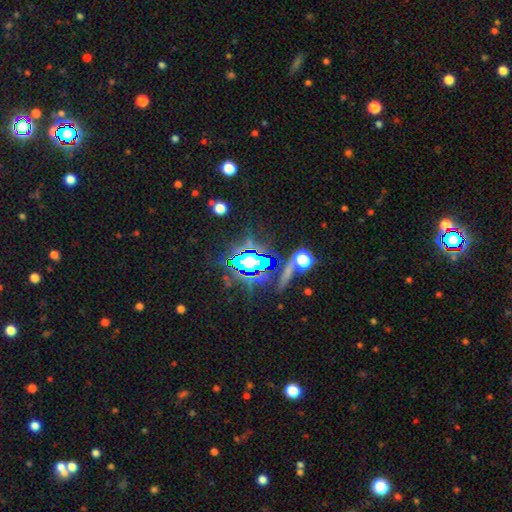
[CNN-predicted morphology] Smooth or featured?
  - star or artifact: 67% *
  - smooth: 19%
  - featured or disk: 14%